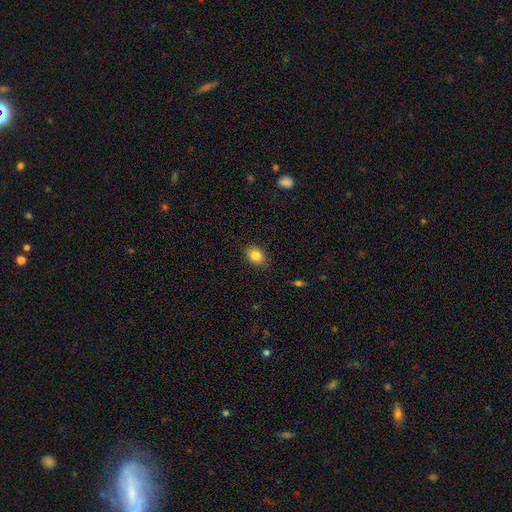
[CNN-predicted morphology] smooth-or-featured: smooth: 84% | star or artifact: 9% | featured or disk: 6%
  how-rounded: in between: 62% | round: 37% | cigar-shaped: 1%
  merging: none: 88% | minor disturbance: 9% | major disturbance: 2% | merger: 1%